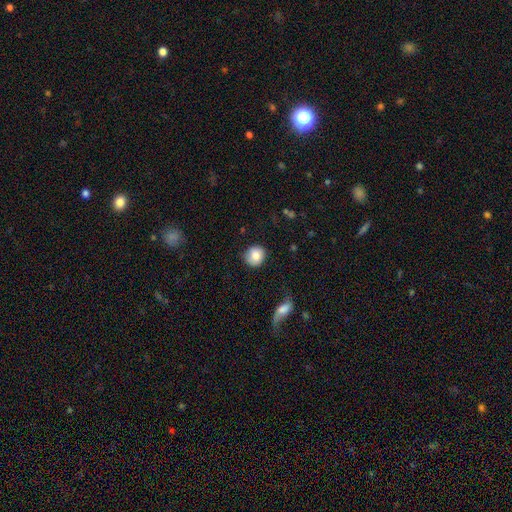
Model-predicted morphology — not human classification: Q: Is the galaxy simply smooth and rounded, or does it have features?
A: smooth — 80%.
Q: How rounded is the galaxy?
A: round — 87%.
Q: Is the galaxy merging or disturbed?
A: none — 82%.